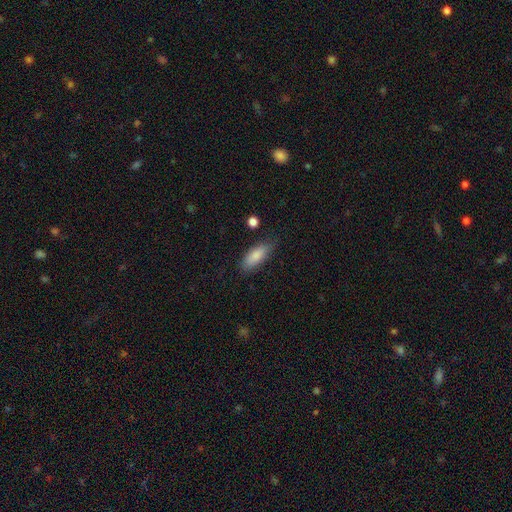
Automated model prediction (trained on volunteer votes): The model was most divided on "how rounded": in between: 75%, cigar-shaped: 22%, round: 2%. More confident: smooth or featured — smooth (84%); merging — none (75%).